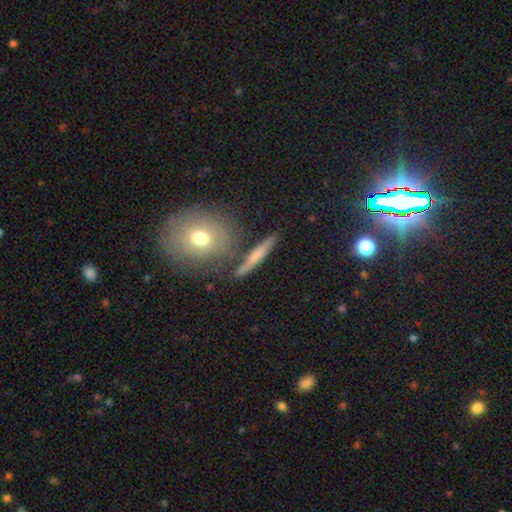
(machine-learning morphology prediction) Overall: smooth (53%; featured or disk 36%). How rounded: cigar-shaped (75%). Merging: none (78%).